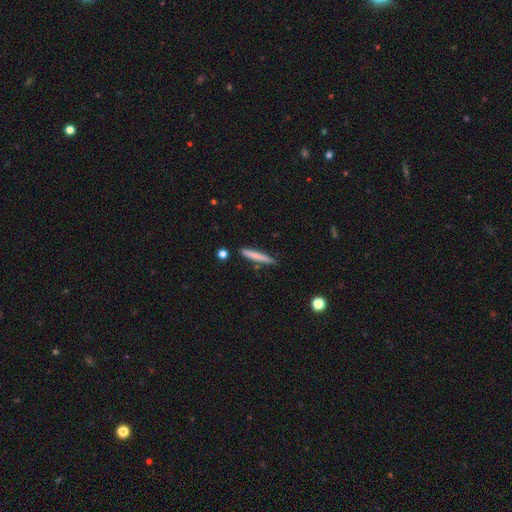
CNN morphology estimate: A smooth galaxy with no disk features (73%) that is cigar-shaped (95%). Merging: none (84%).